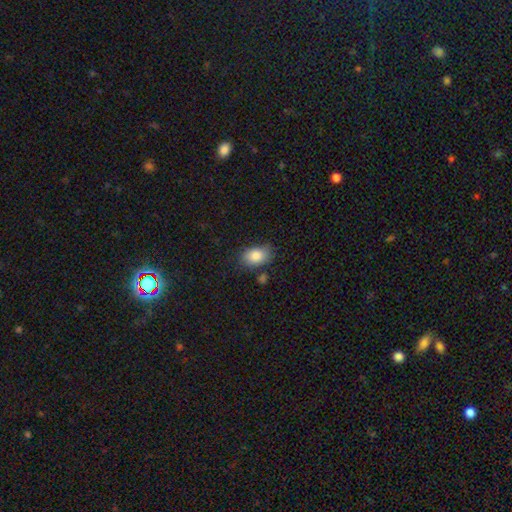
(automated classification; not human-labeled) The model was most divided on "merging": none: 75%, minor disturbance: 17%, merger: 5%, major disturbance: 4%. More confident: how rounded — in between (86%); smooth or featured — smooth (85%).